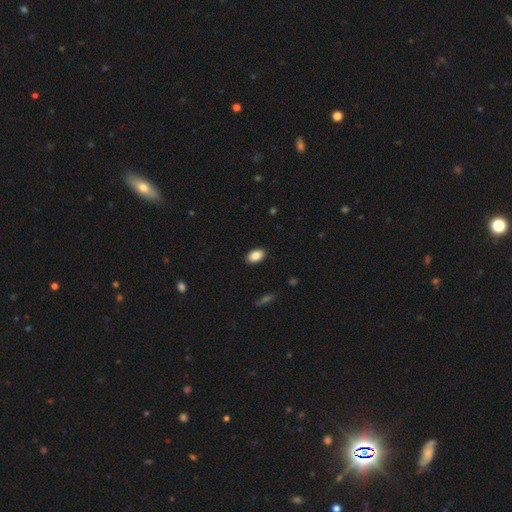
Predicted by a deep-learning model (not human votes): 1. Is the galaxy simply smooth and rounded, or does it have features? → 88% smooth, 8% star or artifact, 4% featured or disk.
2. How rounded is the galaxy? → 89% in between, 9% round, 1% cigar-shaped.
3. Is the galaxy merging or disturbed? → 89% none, 8% minor disturbance, 2% major disturbance, 1% merger.